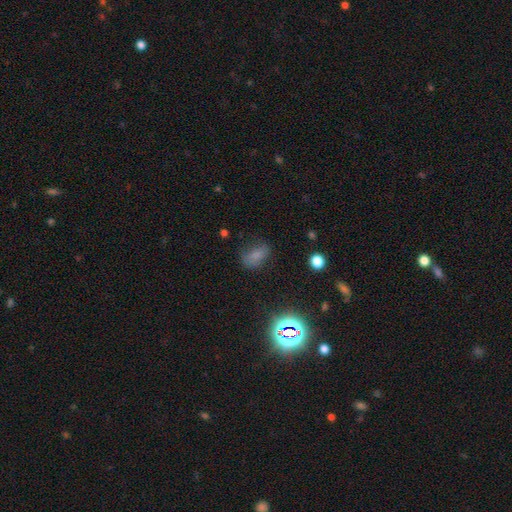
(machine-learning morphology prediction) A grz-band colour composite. It shows a smooth galaxy with no disk features (67%) that is in between round and cigar-shaped (86%). Merging: none (59%).